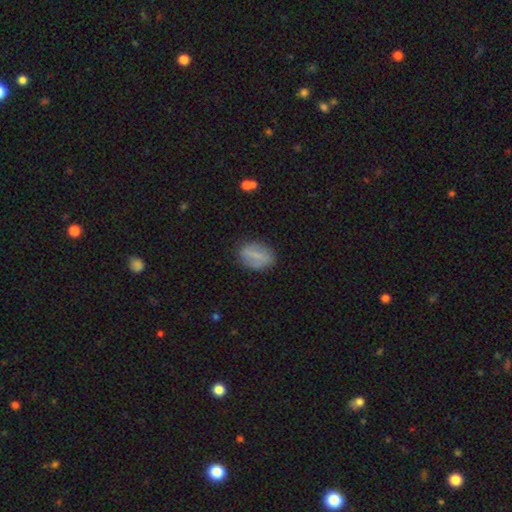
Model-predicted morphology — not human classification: smooth-or-featured: smooth: 61% | featured or disk: 31% | star or artifact: 8%
  how-rounded: in between: 78% | round: 19% | cigar-shaped: 3%
  merging: none: 81% | minor disturbance: 14% | major disturbance: 4% | merger: 2%